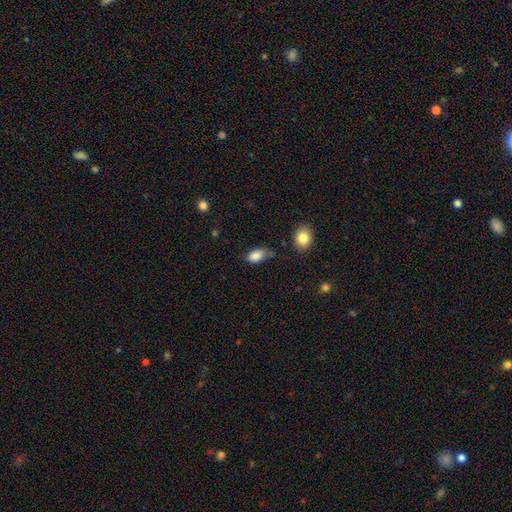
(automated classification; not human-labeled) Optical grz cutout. It shows a smooth galaxy with no disk features (86%) that is in between round and cigar-shaped (90%). Merging: none (46%).